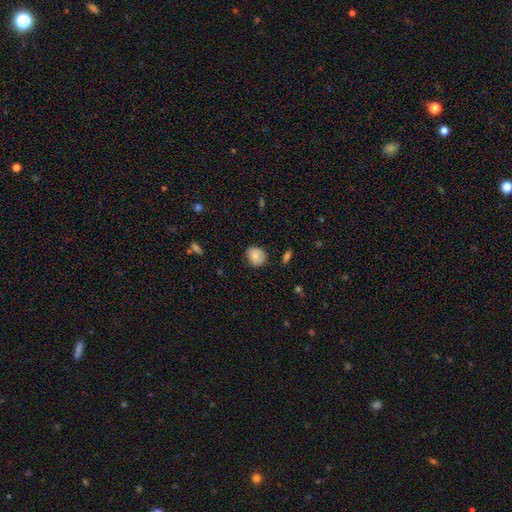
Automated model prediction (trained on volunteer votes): smooth_or_featured: smooth (p=0.78) [alt: featured or disk p=0.13]
how_rounded: round (p=0.69) [alt: in between p=0.30]
merging: none (p=0.80) [alt: minor disturbance p=0.16]